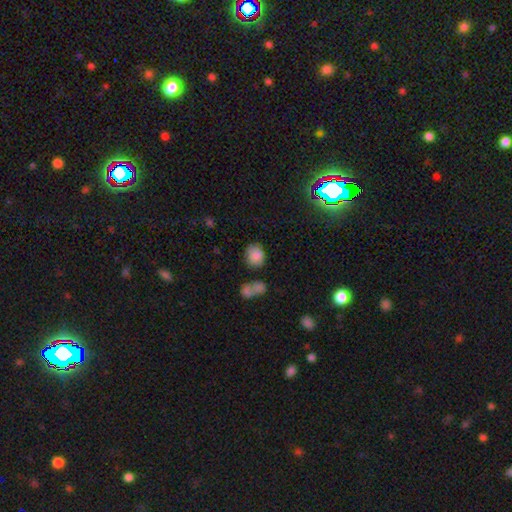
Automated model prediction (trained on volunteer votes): smooth-or-featured: smooth: 84% | star or artifact: 9% | featured or disk: 7%
  how-rounded: round: 62% | in between: 37% | cigar-shaped: 1%
  merging: none: 62% | minor disturbance: 18% | merger: 13% | major disturbance: 6%